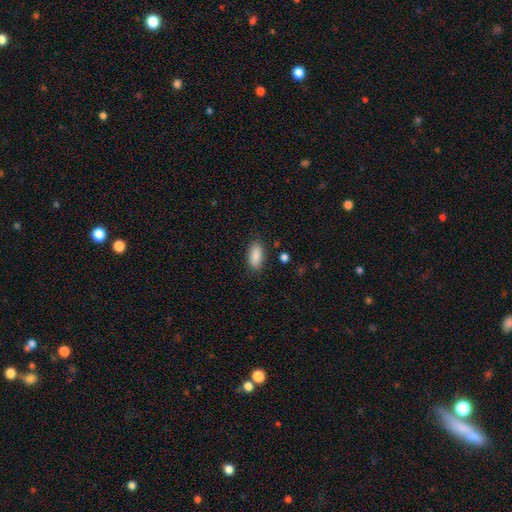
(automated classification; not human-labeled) A smooth galaxy with no disk features (89%) that is in between round and cigar-shaped (88%). Merging: none (83%).